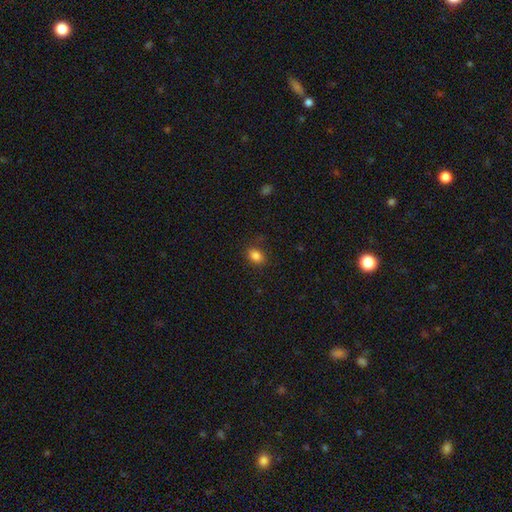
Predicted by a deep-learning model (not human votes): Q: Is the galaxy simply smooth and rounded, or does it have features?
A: smooth — 85%.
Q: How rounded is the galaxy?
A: in between — 68%.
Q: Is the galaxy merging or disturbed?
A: none — 82%.